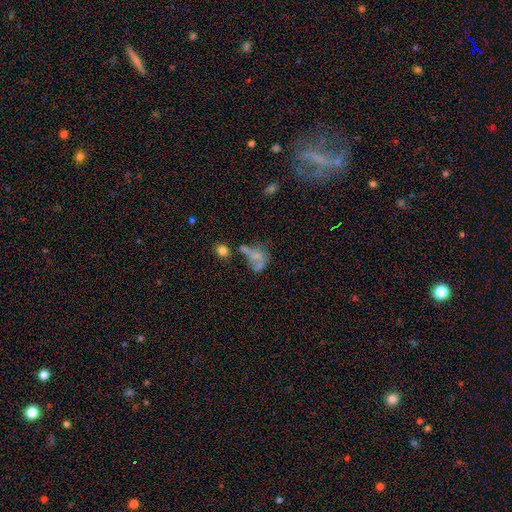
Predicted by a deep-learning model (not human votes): Overall: smooth (50%; featured or disk 33%). How rounded: in between (66%; round 30%). Merging: merger (32%; major disturbance 30%).